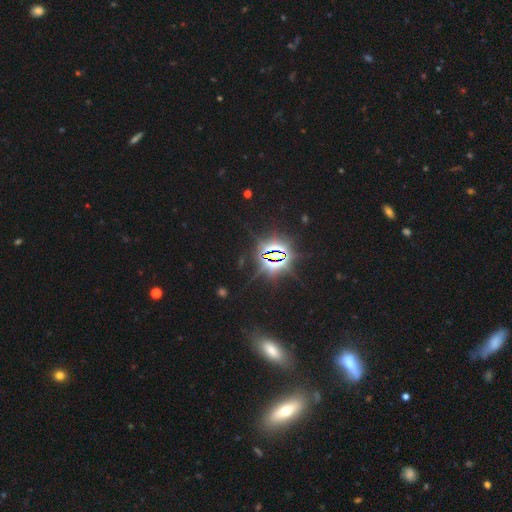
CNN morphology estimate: A star or artifact, not a galaxy (59%).

Vote fractions:
- Smooth or featured? star or artifact: 59% / smooth: 27% / featured or disk: 14%